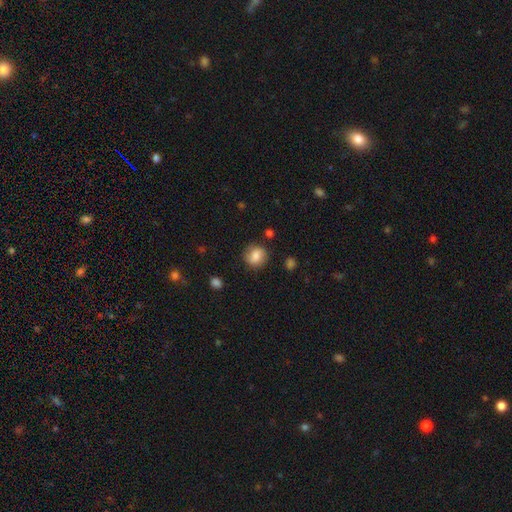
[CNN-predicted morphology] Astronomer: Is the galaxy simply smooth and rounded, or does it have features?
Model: smooth — 77%.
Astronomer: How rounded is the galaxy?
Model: round — 80%.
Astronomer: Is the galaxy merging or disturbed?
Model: none — 79%.